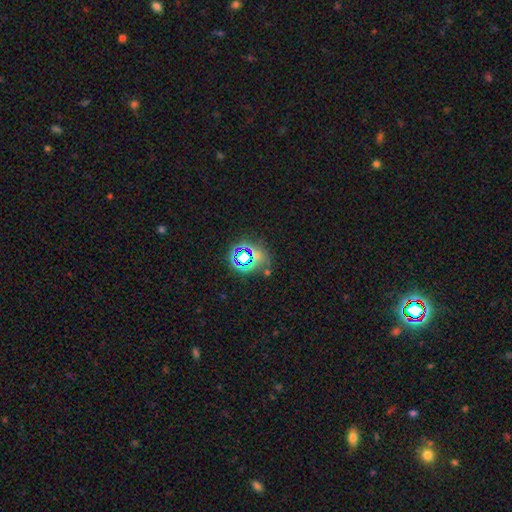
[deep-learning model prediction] star or artifact 69%, smooth 20%, featured or disk 11%.